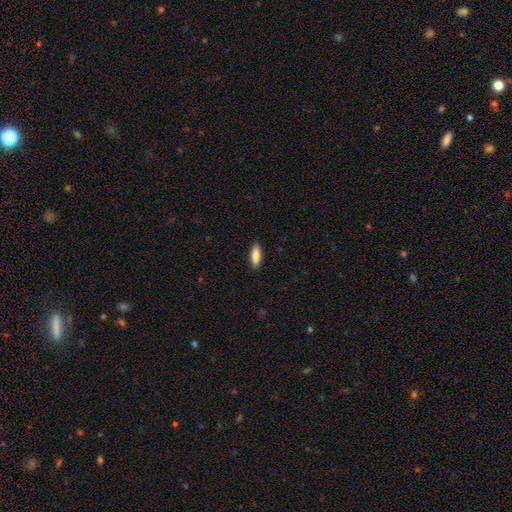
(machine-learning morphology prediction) Smooth or featured: smooth — 86% (featured or disk — 8%)
How rounded: in between — 64% (cigar-shaped — 34%)
Merging: none — 89% (minor disturbance — 8%)